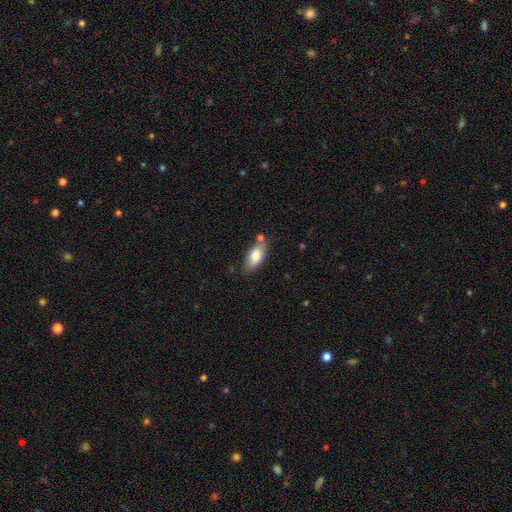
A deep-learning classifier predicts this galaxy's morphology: smooth 78%, featured or disk 15%, star or artifact 7%. Down the decision tree: how rounded — in between (86%); merging — none (70%).